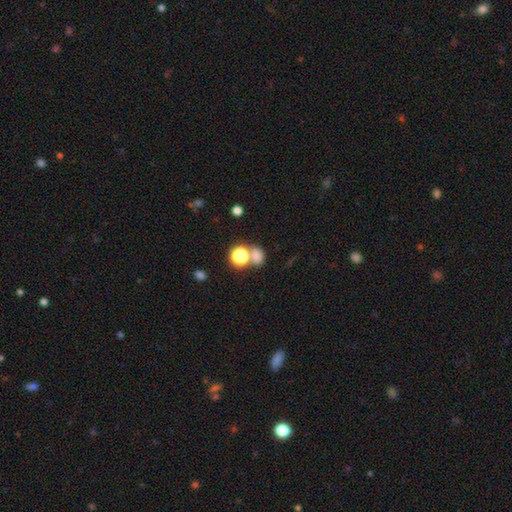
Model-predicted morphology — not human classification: Q: Smooth or featured?
A: smooth (72%); runner-up: star or artifact (22%)
Q: How rounded?
A: round (61%); runner-up: in between (37%)
Q: Merging?
A: none (50%); runner-up: merger (35%)